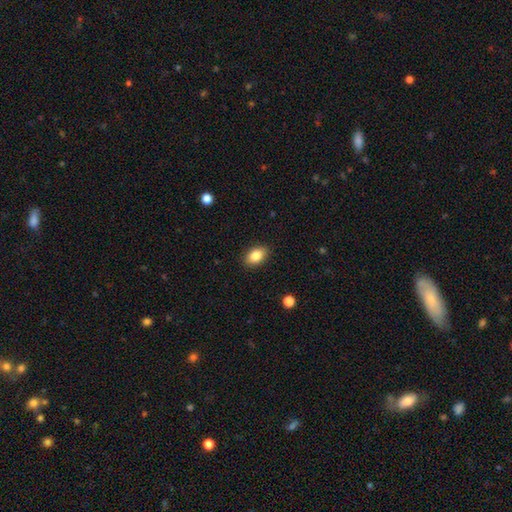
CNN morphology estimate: Q: Smooth or featured?
A: smooth (85%); runner-up: star or artifact (8%)
Q: How rounded?
A: in between (87%); runner-up: round (11%)
Q: Merging?
A: none (88%); runner-up: minor disturbance (9%)